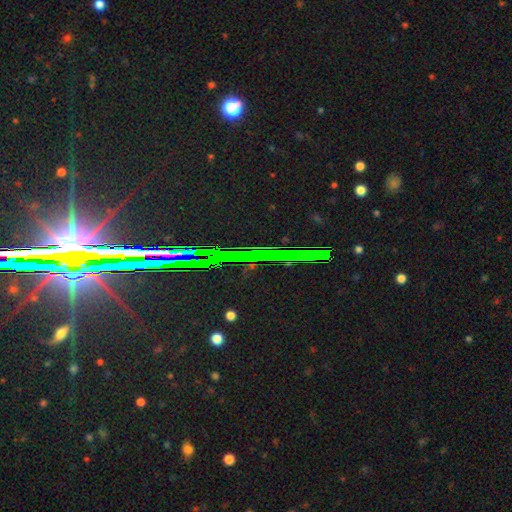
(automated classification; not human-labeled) Smooth or featured? star or artifact (75%)